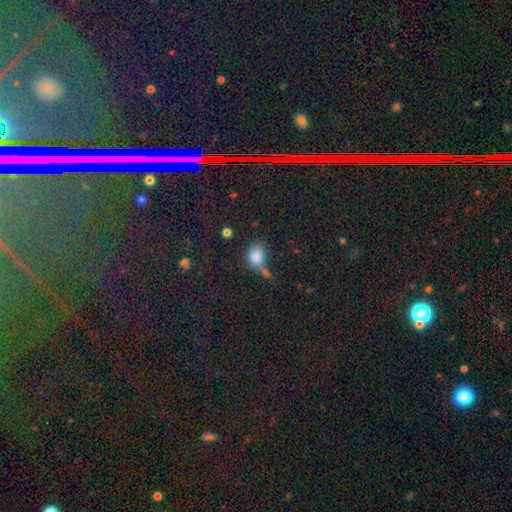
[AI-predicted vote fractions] Overall: smooth (77%). How rounded: in between (53%; round 44%). Merging: none (38%; merger 25%).